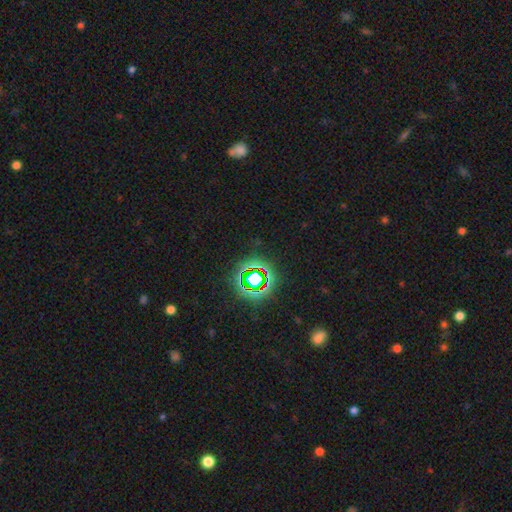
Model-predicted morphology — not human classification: type=star or artifact (77%).